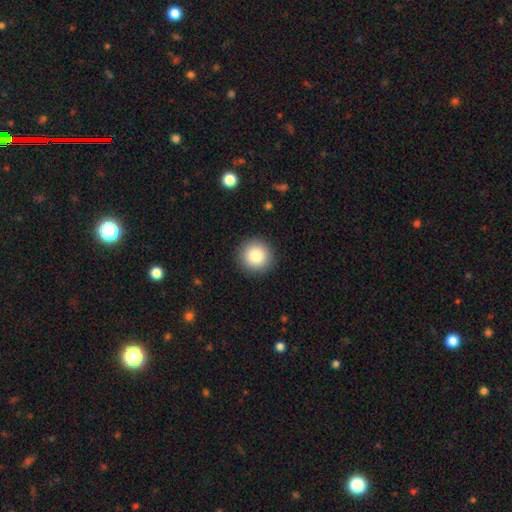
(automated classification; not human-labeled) smooth-or-featured: smooth: 84% | star or artifact: 9% | featured or disk: 7%
  how-rounded: round: 95% | in between: 4% | cigar-shaped: 1%
  merging: none: 92% | minor disturbance: 5% | major disturbance: 2% | merger: 1%